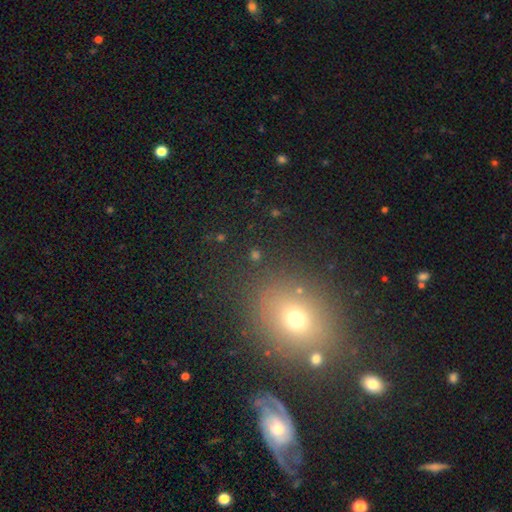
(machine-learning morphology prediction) Smooth or featured?
  - smooth: 56% *
  - star or artifact: 32%
  - featured or disk: 13%
How rounded?
  - round: 68% *
  - in between: 29%
  - cigar-shaped: 3%
Merging?
  - none: 81% *
  - minor disturbance: 9%
  - merger: 5%
  - major disturbance: 5%